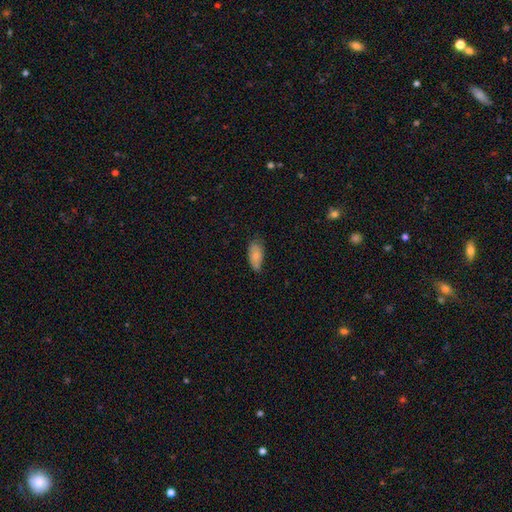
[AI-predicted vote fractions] Smooth or featured?
  - smooth: 80% *
  - featured or disk: 14%
  - star or artifact: 6%
How rounded?
  - in between: 91% *
  - cigar-shaped: 7%
  - round: 2%
Merging?
  - none: 67% *
  - minor disturbance: 27%
  - major disturbance: 4%
  - merger: 2%